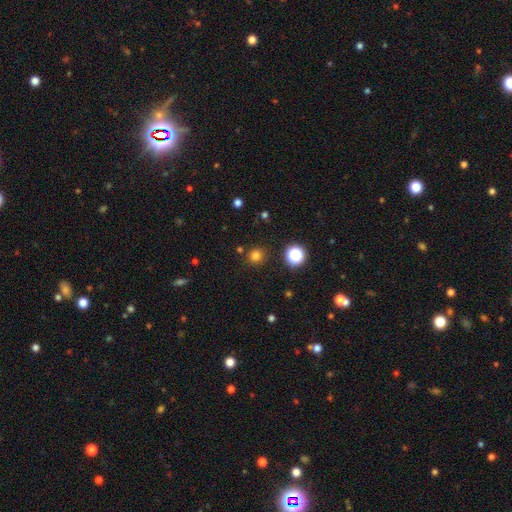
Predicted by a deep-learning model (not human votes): smooth_or_featured: smooth (p=0.77) [alt: star or artifact p=0.18]
how_rounded: round (p=0.92) [alt: in between p=0.07]
merging: none (p=0.88) [alt: minor disturbance p=0.06]